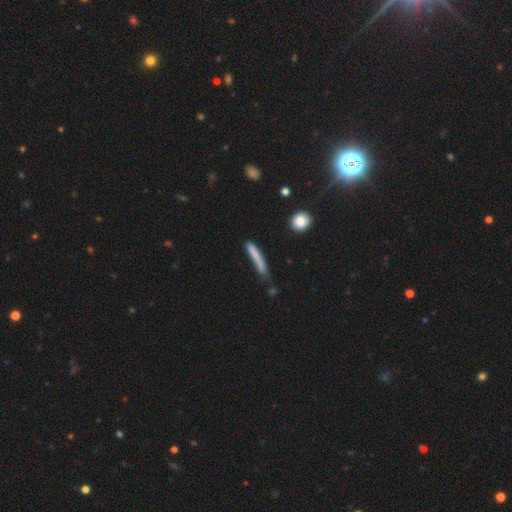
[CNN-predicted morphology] smooth-or-featured: smooth: 74% | featured or disk: 19% | star or artifact: 7%
  how-rounded: cigar-shaped: 94% | in between: 4% | round: 2%
  merging: none: 61% | minor disturbance: 27% | major disturbance: 8% | merger: 4%